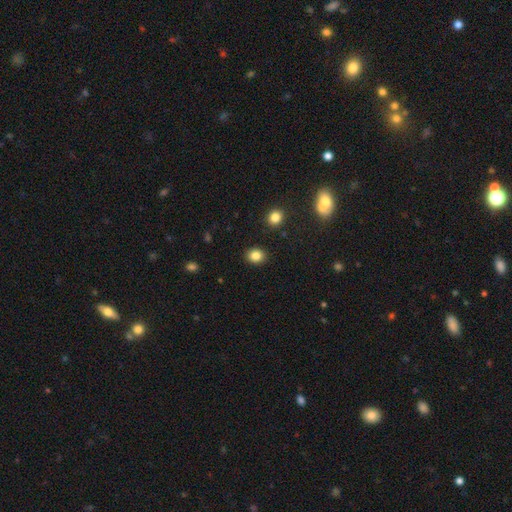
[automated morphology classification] The model was most divided on "how rounded": round: 64%, in between: 35%, cigar-shaped: 1%. More confident: merging — none (90%); smooth or featured — smooth (84%).